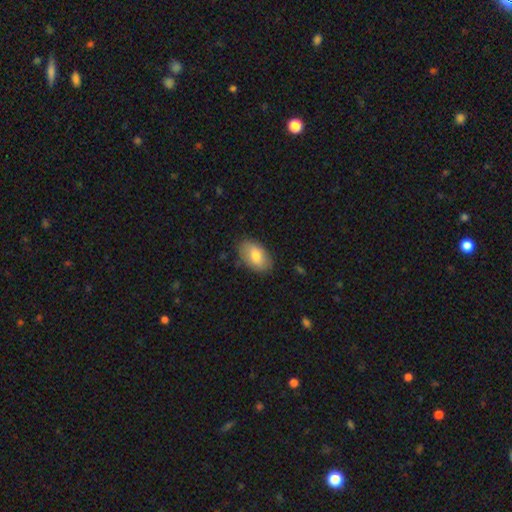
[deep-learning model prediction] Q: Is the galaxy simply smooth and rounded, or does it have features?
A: smooth — 76%.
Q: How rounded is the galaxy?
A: in between — 92%.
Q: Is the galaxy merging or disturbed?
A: none — 81%.